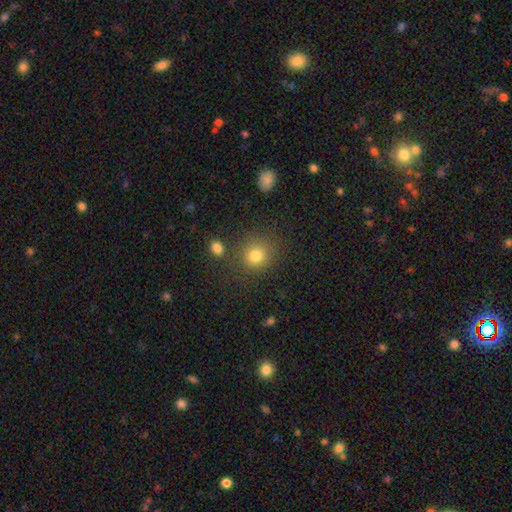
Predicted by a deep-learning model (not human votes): Smooth or featured? smooth (80%)
How rounded? round (88%)
Merging? none (79%)